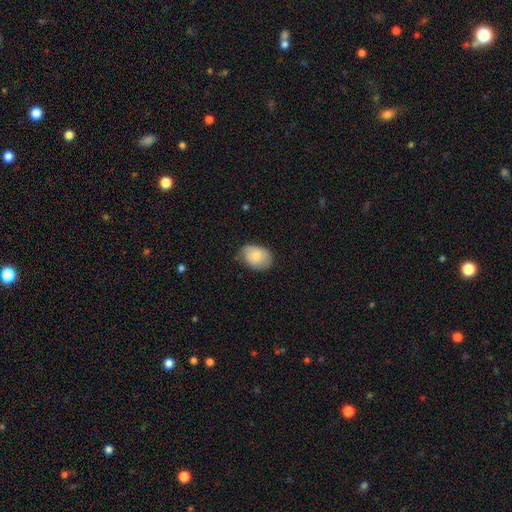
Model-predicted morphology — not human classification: The model was most divided on "merging": none: 64%, minor disturbance: 28%, major disturbance: 6%, merger: 1%. More confident: how rounded — in between (75%); smooth or featured — smooth (74%).